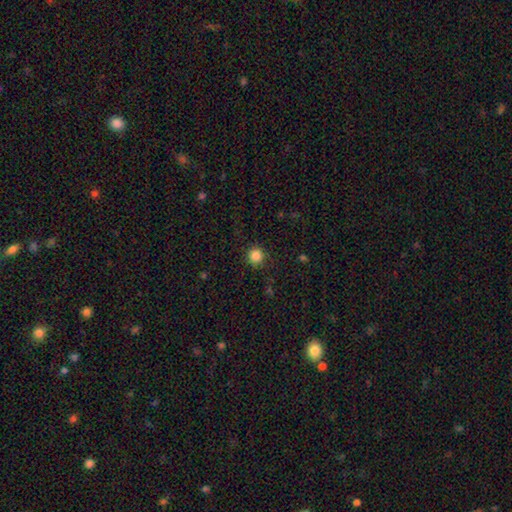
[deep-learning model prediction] A smooth galaxy with no disk features (85%) that is round (94%). Merging: none (89%).